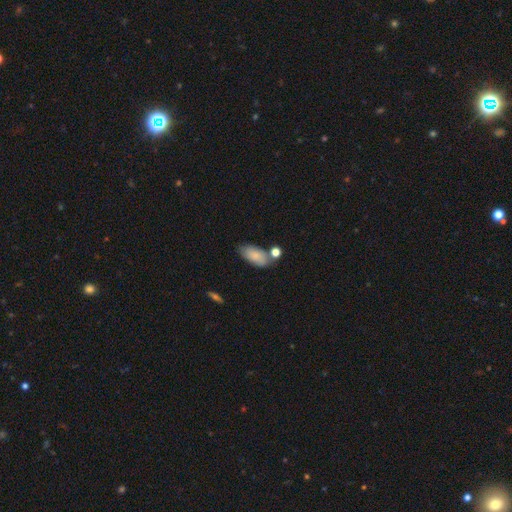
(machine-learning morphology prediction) The model was most divided on "merging": none: 63%, minor disturbance: 19%, merger: 13%, major disturbance: 5%. More confident: how rounded — in between (92%); smooth or featured — smooth (82%).